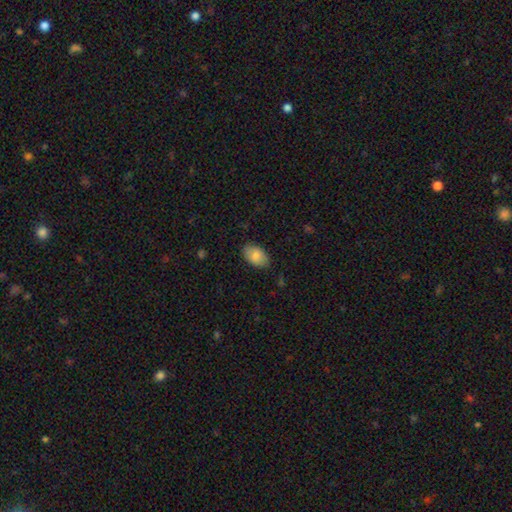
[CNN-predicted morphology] Smooth or featured?
  - smooth: 83% *
  - featured or disk: 10%
  - star or artifact: 6%
How rounded?
  - in between: 92% *
  - round: 7%
  - cigar-shaped: 1%
Merging?
  - none: 84% *
  - minor disturbance: 13%
  - major disturbance: 2%
  - merger: 1%